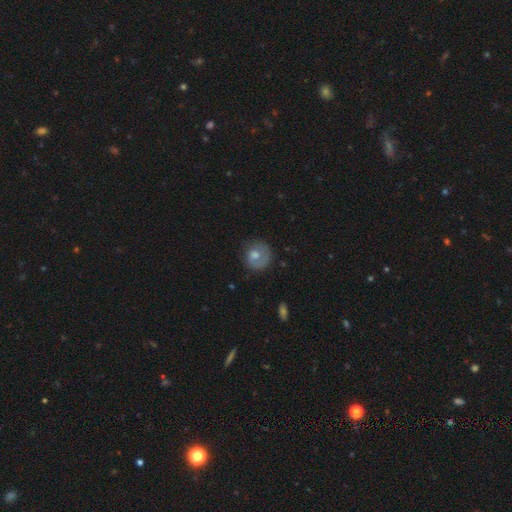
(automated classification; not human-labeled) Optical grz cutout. It shows a smooth galaxy with no disk features (58%) that is round (83%). Merging: none (64%).